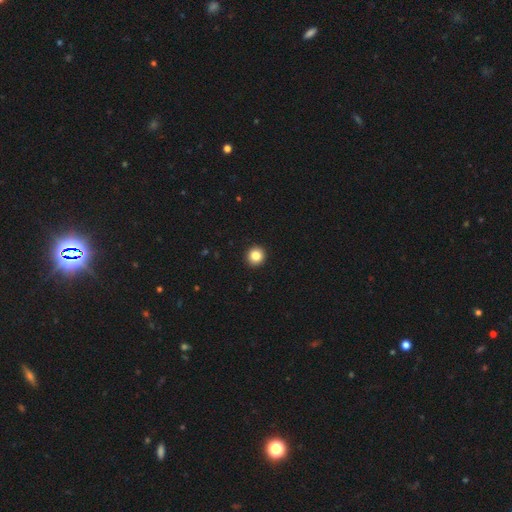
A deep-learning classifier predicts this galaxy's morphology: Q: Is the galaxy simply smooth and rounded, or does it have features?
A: smooth — 85%.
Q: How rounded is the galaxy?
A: round — 93%.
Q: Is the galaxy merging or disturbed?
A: none — 93%.